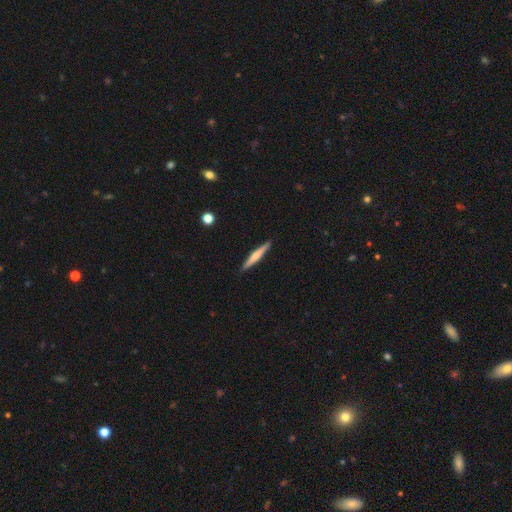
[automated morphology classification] smooth-or-featured: featured or disk: 48% | smooth: 47% | star or artifact: 5%
  merging: none: 92% | minor disturbance: 6% | major disturbance: 1% | merger: 1%